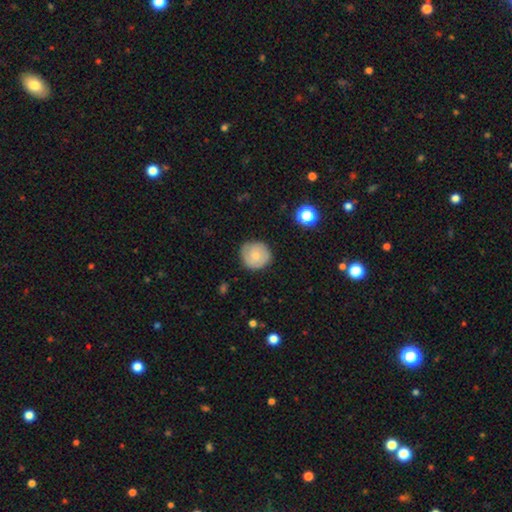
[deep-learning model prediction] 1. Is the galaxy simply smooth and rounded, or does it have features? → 52% smooth, 40% featured or disk, 8% star or artifact.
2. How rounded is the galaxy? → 90% round, 9% in between, 1% cigar-shaped.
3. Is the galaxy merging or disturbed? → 79% none, 16% minor disturbance, 4% major disturbance, 1% merger.